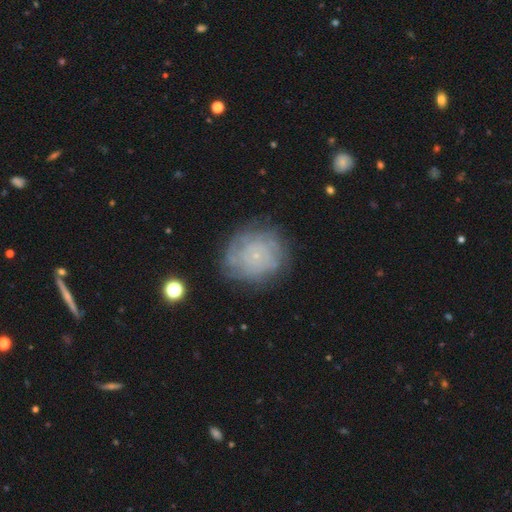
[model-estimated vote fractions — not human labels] featured or disk 64%, smooth 26%, star or artifact 10%. Down the decision tree: edge-on disk — no (97%); bar — no (87%); spiral arms — yes (85%); spiral arm count — can't tell (51%); spiral winding — tight (77%); bulge size — small (87%); merging — none (76%).